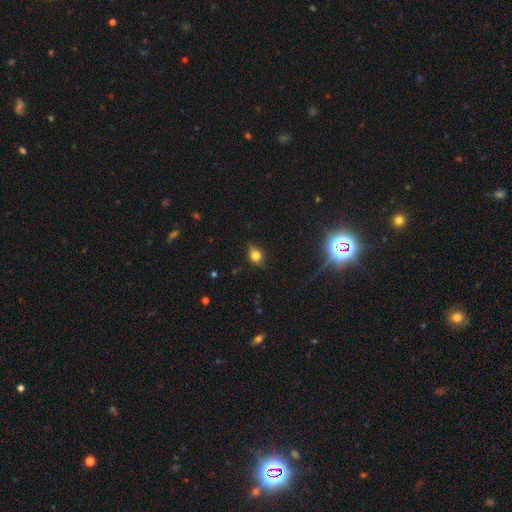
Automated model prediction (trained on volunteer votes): A smooth galaxy with no disk features (71%) that is in between round and cigar-shaped (51%).

Vote fractions:
- Smooth or featured? smooth: 71% / star or artifact: 15% / featured or disk: 14%
- How rounded? in between: 51% / round: 46% / cigar-shaped: 3%
- Merging? none: 76% / minor disturbance: 18% / major disturbance: 4% / merger: 1%